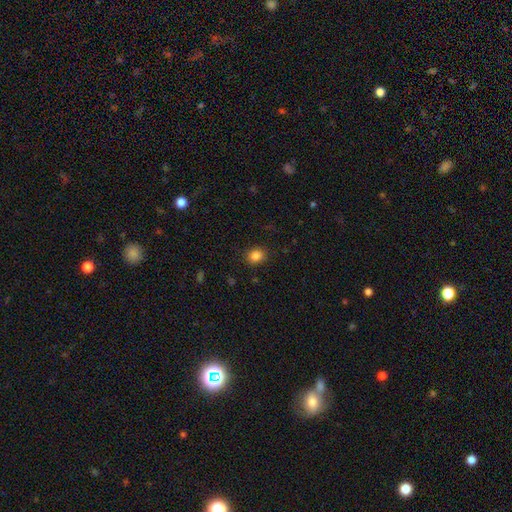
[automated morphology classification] This appears to be a smooth galaxy with no disk features (85%) that is round (61%). Merging: none (88%).